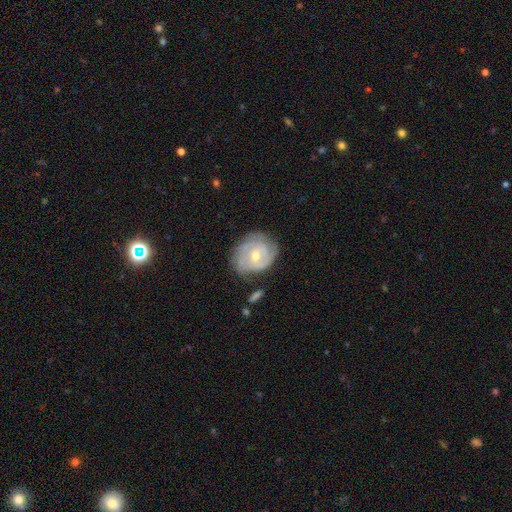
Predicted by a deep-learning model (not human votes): Overall: featured or disk (72%). Edge-on disk: no (97%). Bar: no (66%; weak 28%). Spiral arms: yes (81%). Spiral arm count: can't tell (40%; 2 31%). Spiral winding: tight (67%). Bulge size: moderate (59%; small 37%). Merging: none (67%).